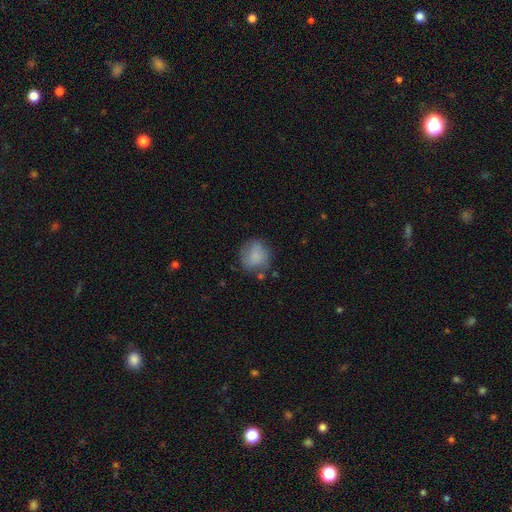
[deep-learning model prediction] This appears to be a smooth galaxy with no disk features (77%) that is round (80%). Merging: none (63%).